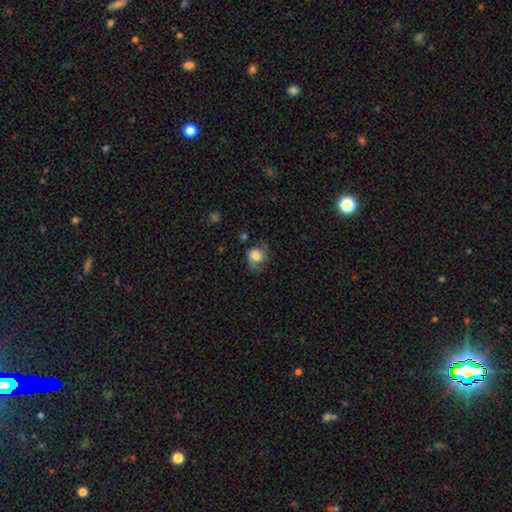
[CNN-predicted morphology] Smooth or featured? smooth (72%)
How rounded? round (71%)
Merging? none (52%)